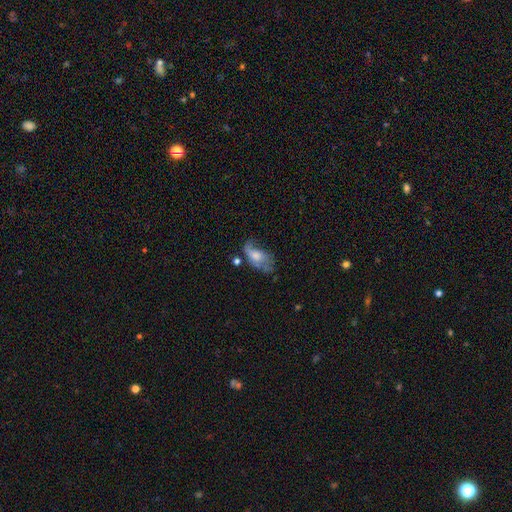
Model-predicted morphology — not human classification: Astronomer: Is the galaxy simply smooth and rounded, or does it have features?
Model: smooth — 46% (runner-up: featured or disk, 45%).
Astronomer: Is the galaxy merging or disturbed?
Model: major disturbance — 37% (runner-up: none, 29%).